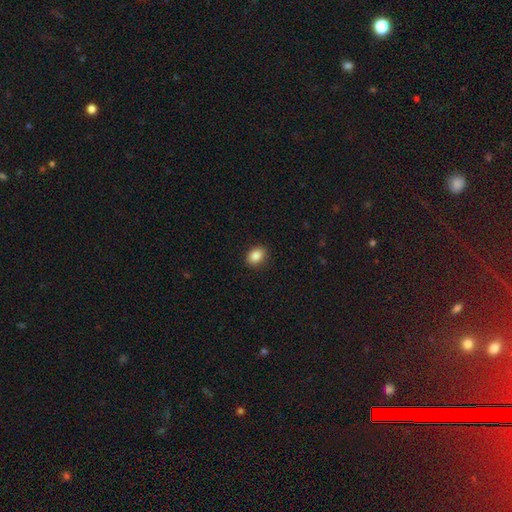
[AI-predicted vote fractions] smooth 87%, star or artifact 9%, featured or disk 4%. Down the decision tree: how rounded — in between (63%); merging — none (89%).